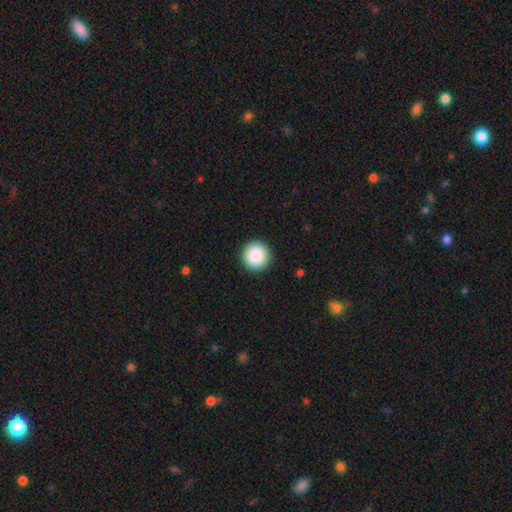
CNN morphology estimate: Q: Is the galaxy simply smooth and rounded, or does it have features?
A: smooth — 88%.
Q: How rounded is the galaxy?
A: round — 96%.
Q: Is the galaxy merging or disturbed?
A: none — 93%.